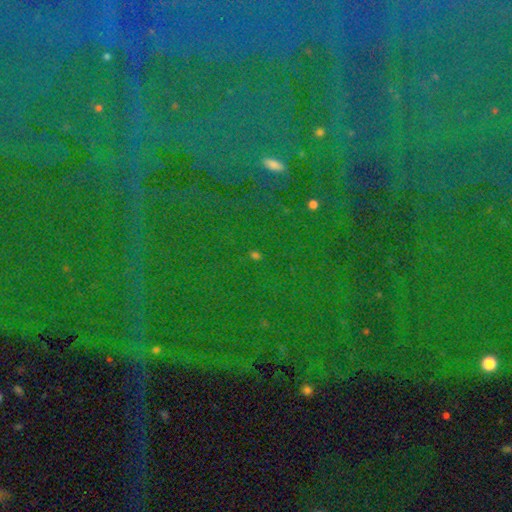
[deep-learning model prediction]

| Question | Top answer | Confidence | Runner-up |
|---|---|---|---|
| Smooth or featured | star or artifact | 86% | smooth (7%) |